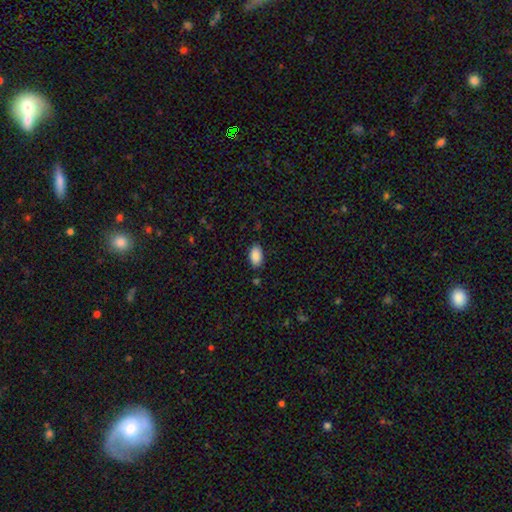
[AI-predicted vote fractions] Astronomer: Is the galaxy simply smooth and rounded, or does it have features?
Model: smooth — 90%.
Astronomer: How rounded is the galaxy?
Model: in between — 94%.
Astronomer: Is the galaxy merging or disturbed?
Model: none — 83%.